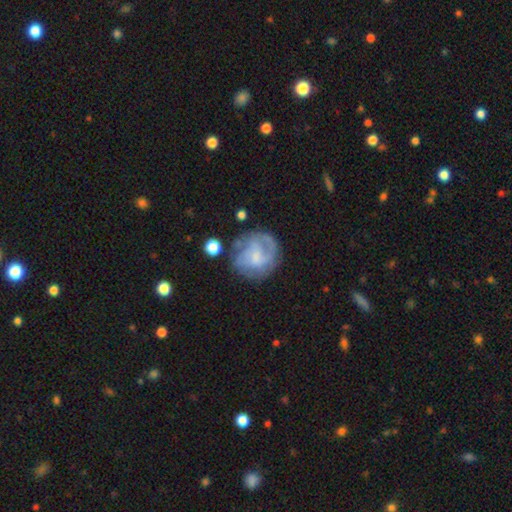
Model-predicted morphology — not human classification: Smooth or featured: featured or disk — 63% (smooth — 29%)
Edge-on disk: no — 98% (yes — 2%)
Bar: no — 55% (weak — 37%)
Spiral arms: yes — 77% (no — 23%)
Bulge size: small — 45% (none — 25%)
Merging: none — 61% (minor disturbance — 20%)